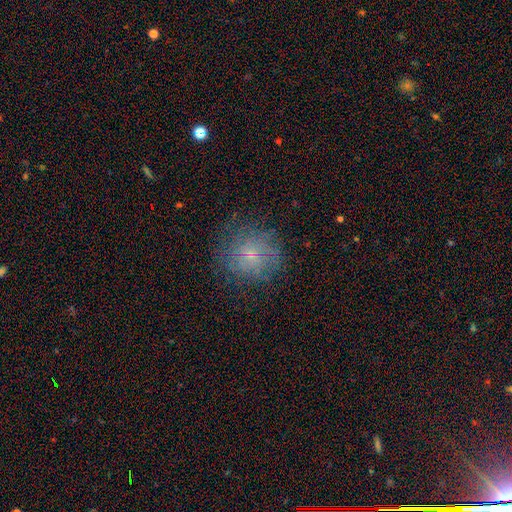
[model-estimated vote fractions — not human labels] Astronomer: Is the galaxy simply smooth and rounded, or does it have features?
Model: smooth — 51% (runner-up: featured or disk, 29%).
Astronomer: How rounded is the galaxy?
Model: round — 86%.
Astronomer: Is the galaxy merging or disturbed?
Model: none — 78%.